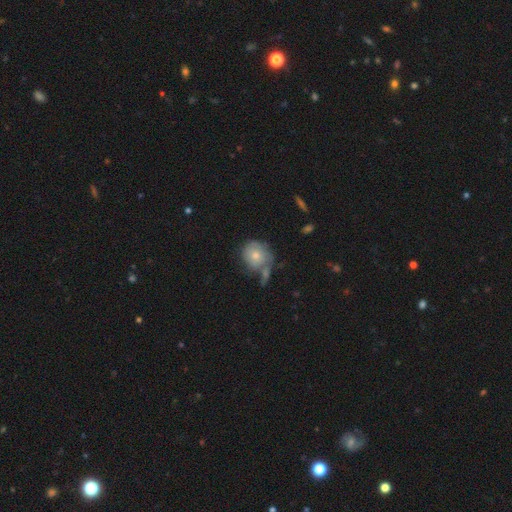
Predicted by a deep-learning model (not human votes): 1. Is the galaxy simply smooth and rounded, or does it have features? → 66% smooth, 26% featured or disk, 7% star or artifact.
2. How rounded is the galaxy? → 77% round, 22% in between, 1% cigar-shaped.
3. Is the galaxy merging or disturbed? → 45% none, 23% minor disturbance, 22% merger, 11% major disturbance.